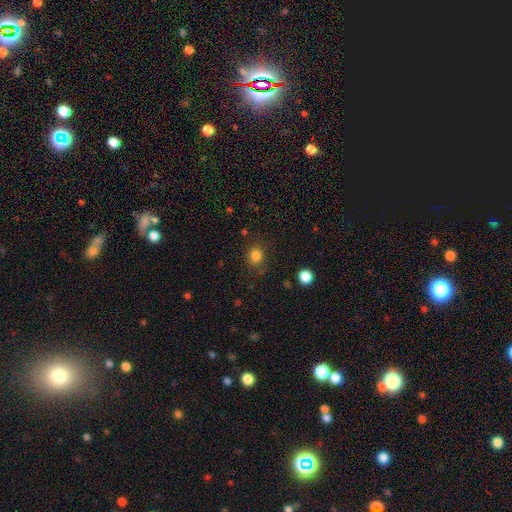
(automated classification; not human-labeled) Overall: smooth (83%). How rounded: round (76%). Merging: none (80%).